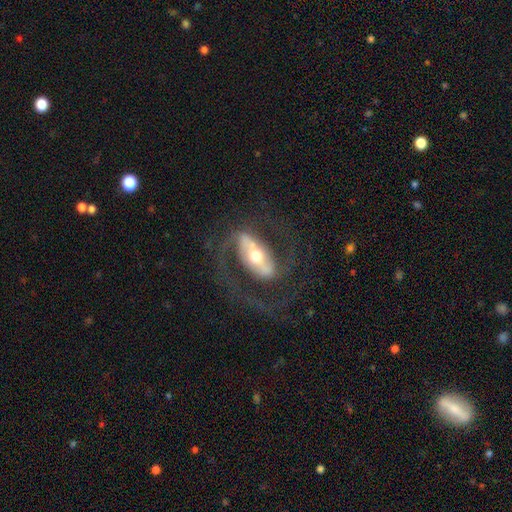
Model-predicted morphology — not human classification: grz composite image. It shows a featured or disk galaxy (85%) with a strong bar (60%), 2 (88%) medium (51%) spiral arms (88%) and a moderate central bulge (69%). Merging: none (67%).